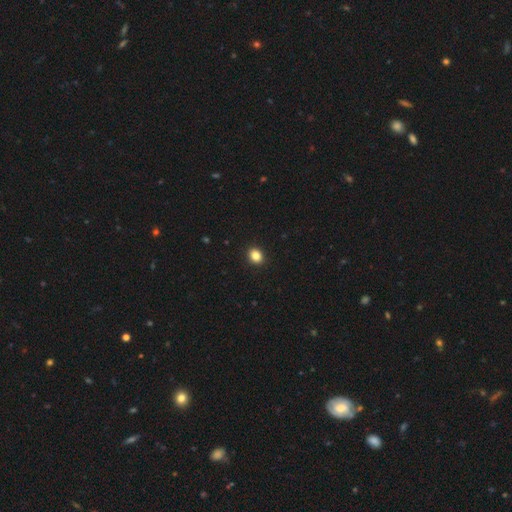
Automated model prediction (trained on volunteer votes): smooth_or_featured: smooth (p=0.85) [alt: star or artifact p=0.11]
how_rounded: round (p=0.61) [alt: in between p=0.38]
merging: none (p=0.92) [alt: minor disturbance p=0.05]